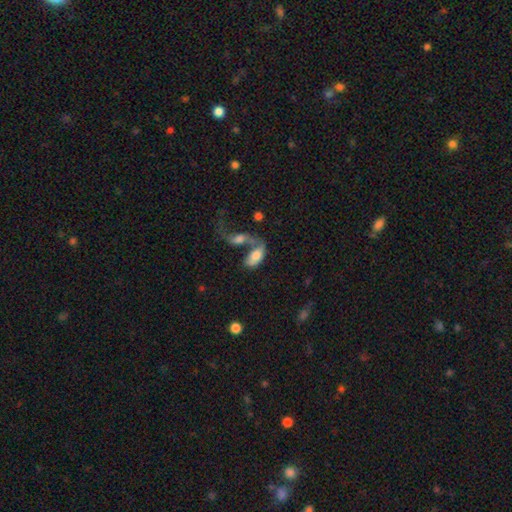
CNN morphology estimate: A smooth galaxy with no disk features (63%) that is in between round and cigar-shaped (90%). Merging: merger (63%).